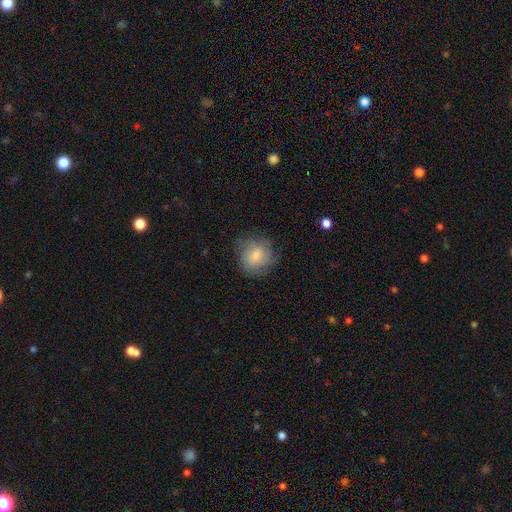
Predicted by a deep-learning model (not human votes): Overall: smooth (64%; featured or disk 28%). How rounded: round (78%). Merging: none (66%).